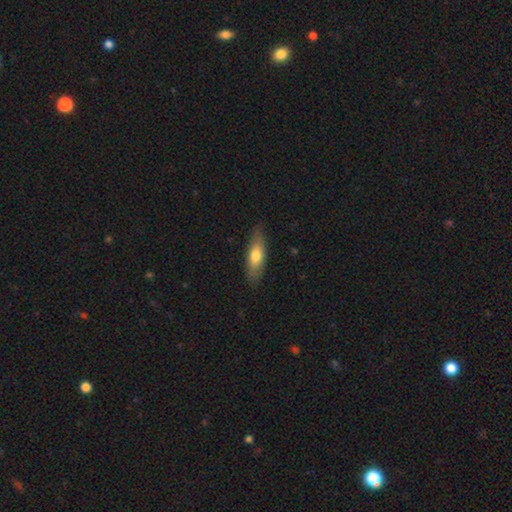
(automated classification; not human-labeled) The model was most divided on "how rounded": in between: 57%, cigar-shaped: 40%, round: 2%. More confident: merging — none (82%); smooth or featured — smooth (67%).